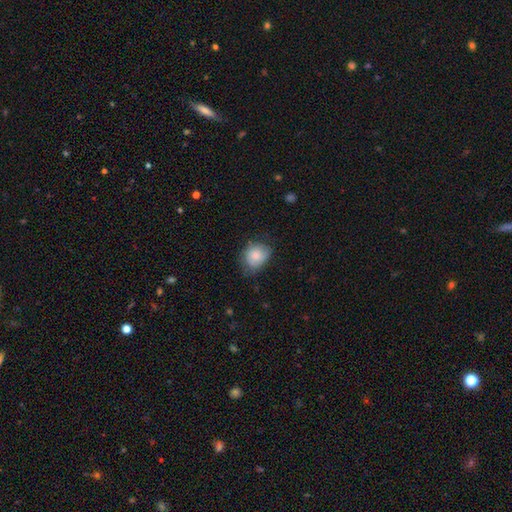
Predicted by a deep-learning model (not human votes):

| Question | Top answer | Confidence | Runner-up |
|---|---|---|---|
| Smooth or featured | smooth | 79% | featured or disk (14%) |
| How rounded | round | 58% | in between (42%) |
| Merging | none | 61% | minor disturbance (31%) |